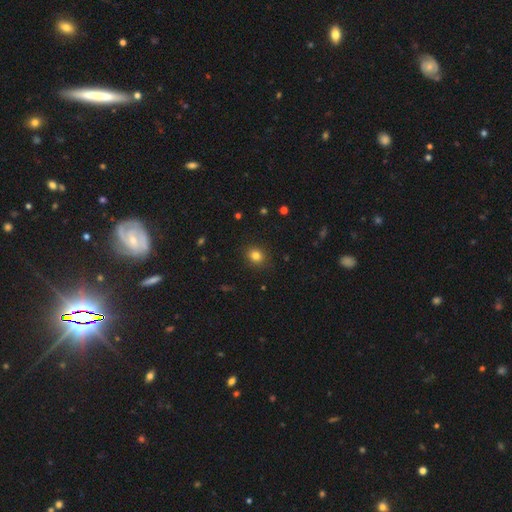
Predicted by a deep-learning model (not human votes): This is clearly a smooth galaxy (81%). How rounded: likely round (70%). Merging: clearly none (89%).